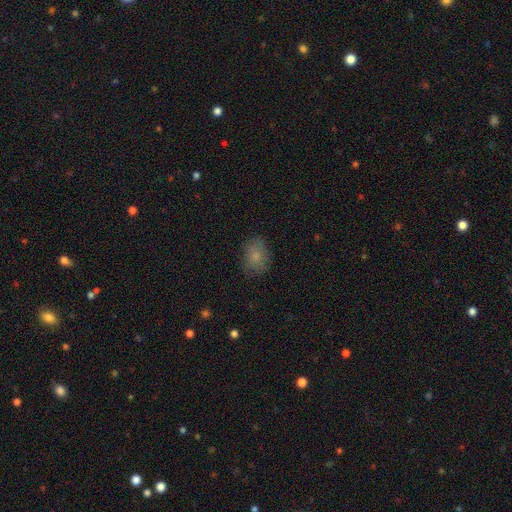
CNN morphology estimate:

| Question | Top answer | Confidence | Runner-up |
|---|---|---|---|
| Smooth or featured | smooth | 80% | featured or disk (11%) |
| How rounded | in between | 72% | round (27%) |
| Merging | none | 78% | minor disturbance (16%) |